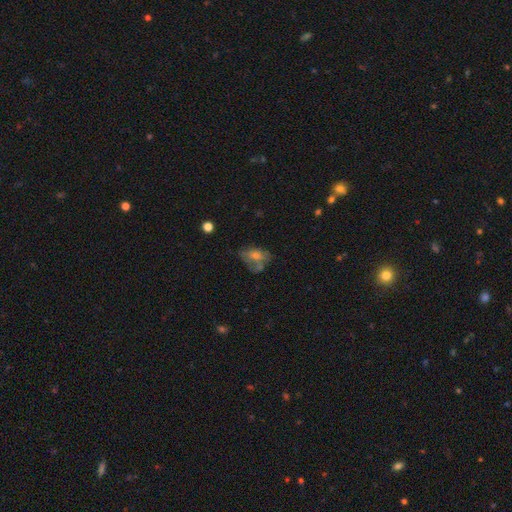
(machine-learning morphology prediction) Overall: smooth (49%; featured or disk 37%). Merging: none (40%; minor disturbance 26%).